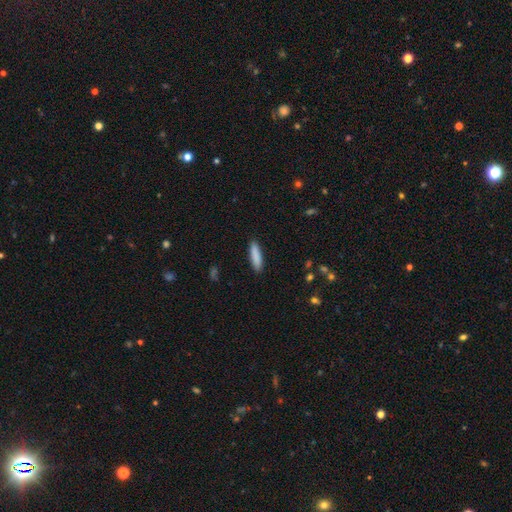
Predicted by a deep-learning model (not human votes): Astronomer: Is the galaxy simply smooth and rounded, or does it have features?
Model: smooth — 87%.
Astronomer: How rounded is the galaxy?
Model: cigar-shaped — 75%.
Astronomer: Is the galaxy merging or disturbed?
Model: none — 90%.